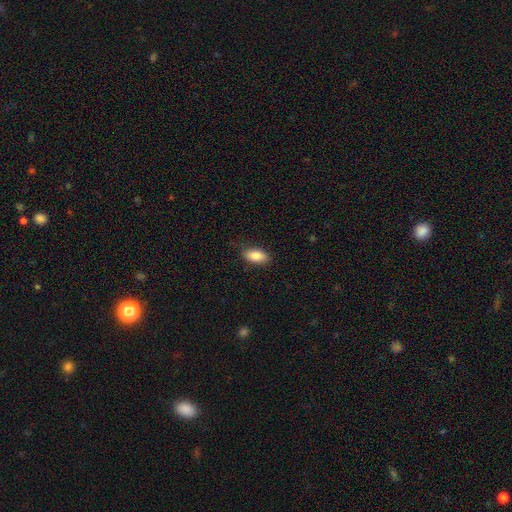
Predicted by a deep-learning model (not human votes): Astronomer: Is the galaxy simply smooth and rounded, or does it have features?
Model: smooth — 86%.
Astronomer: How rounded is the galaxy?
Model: in between — 90%.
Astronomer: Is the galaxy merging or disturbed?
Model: none — 81%.